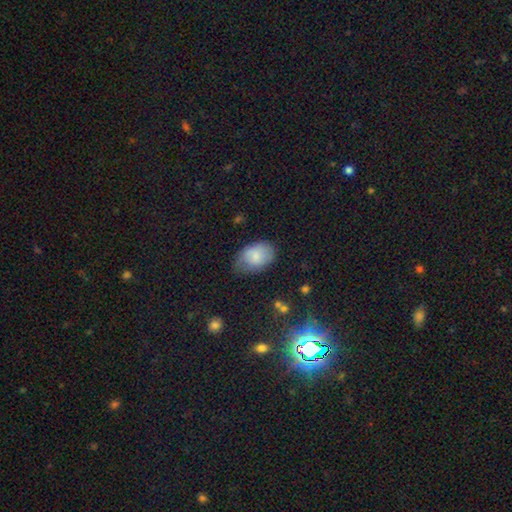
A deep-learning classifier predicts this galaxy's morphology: type=smooth (79%); roundness=in between (87%); merging=none (58%).